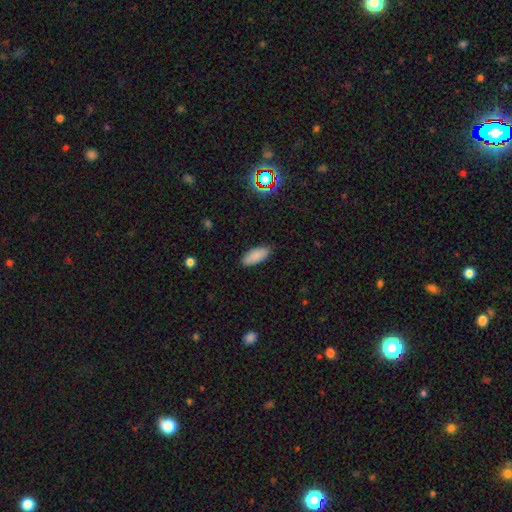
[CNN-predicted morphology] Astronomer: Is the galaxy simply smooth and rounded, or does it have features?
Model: smooth — 86%.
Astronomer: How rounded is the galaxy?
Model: in between — 85%.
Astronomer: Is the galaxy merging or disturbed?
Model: none — 85%.